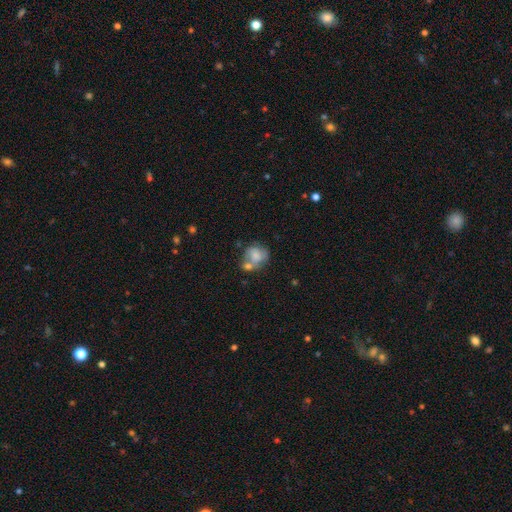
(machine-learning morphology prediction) The model was most divided on "merging": merger: 40%, none: 33%, minor disturbance: 18%, major disturbance: 9%. More confident: how rounded — round (66%); smooth or featured — smooth (63%).